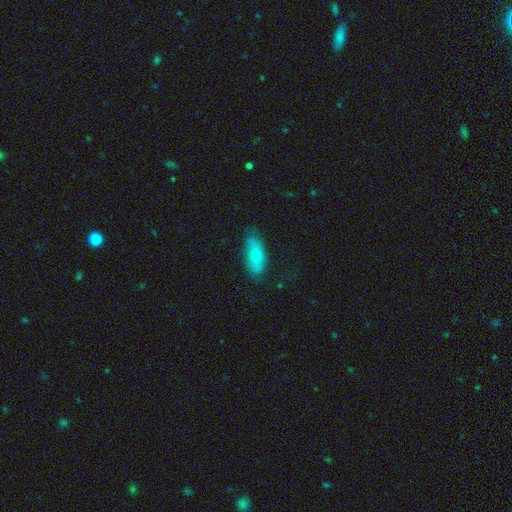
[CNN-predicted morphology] smooth 60%, featured or disk 33%, star or artifact 7%. Down the decision tree: how rounded — in between (82%); merging — none (70%).